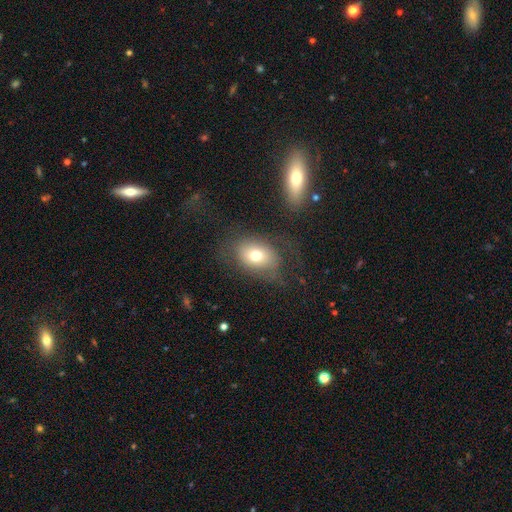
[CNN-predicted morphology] The model was most divided on "merging": none: 59%, minor disturbance: 20%, major disturbance: 18%, merger: 3%. More confident: how rounded — in between (74%); smooth or featured — smooth (69%).